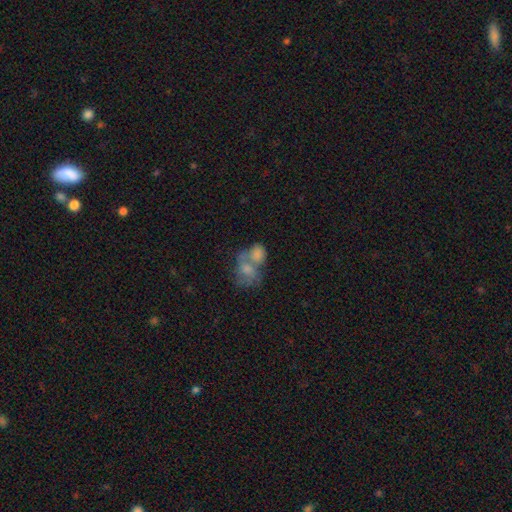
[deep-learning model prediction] Q: Smooth or featured?
A: smooth (68%); runner-up: featured or disk (23%)
Q: How rounded?
A: in between (63%); runner-up: round (35%)
Q: Merging?
A: merger (67%); runner-up: none (18%)